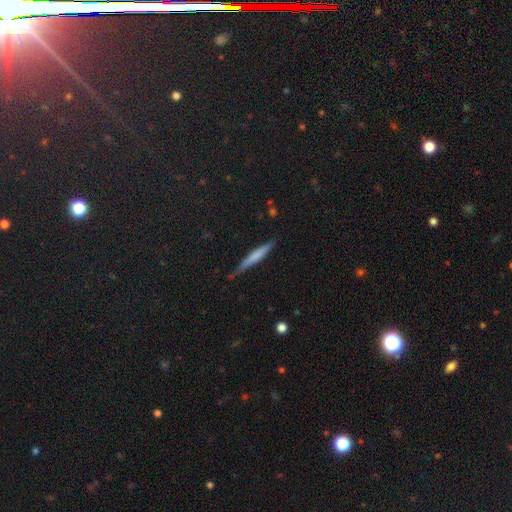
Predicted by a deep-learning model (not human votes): Smooth or featured?
  - smooth: 56% *
  - featured or disk: 38%
  - star or artifact: 6%
How rounded?
  - cigar-shaped: 94% *
  - in between: 4%
  - round: 1%
Merging?
  - none: 73% *
  - minor disturbance: 21%
  - major disturbance: 4%
  - merger: 2%